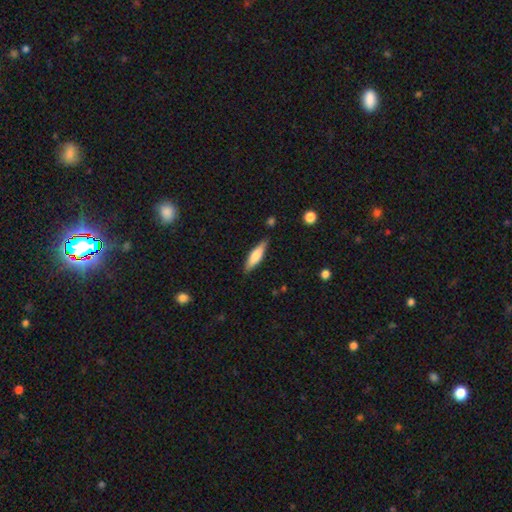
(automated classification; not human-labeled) Smooth or featured? smooth (69%)
How rounded? cigar-shaped (68%)
Merging? none (84%)